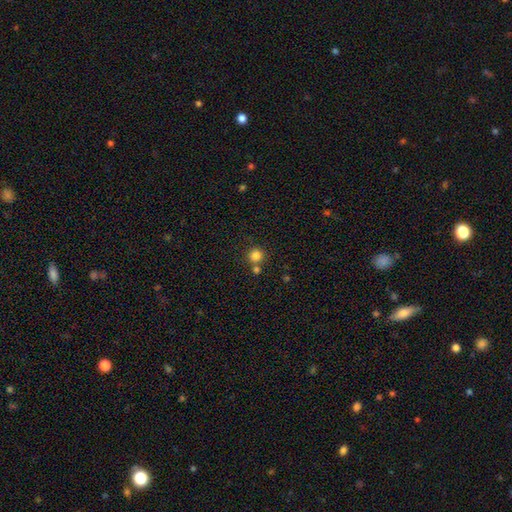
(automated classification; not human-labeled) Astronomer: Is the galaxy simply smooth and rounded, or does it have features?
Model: smooth — 83%.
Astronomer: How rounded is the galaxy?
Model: round — 94%.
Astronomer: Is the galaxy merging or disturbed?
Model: none — 70%.